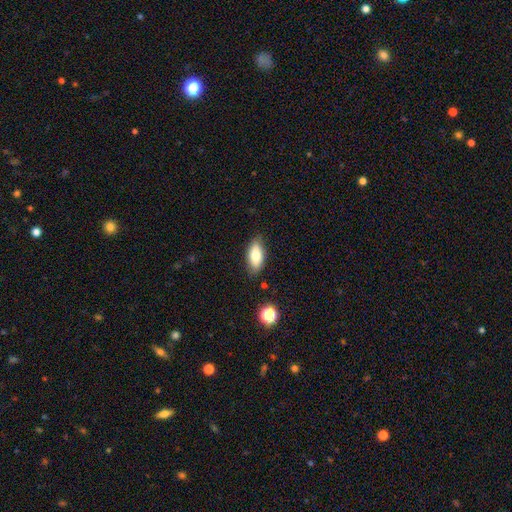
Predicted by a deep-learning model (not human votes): Overall: smooth (77%). How rounded: in between (86%). Merging: none (82%).